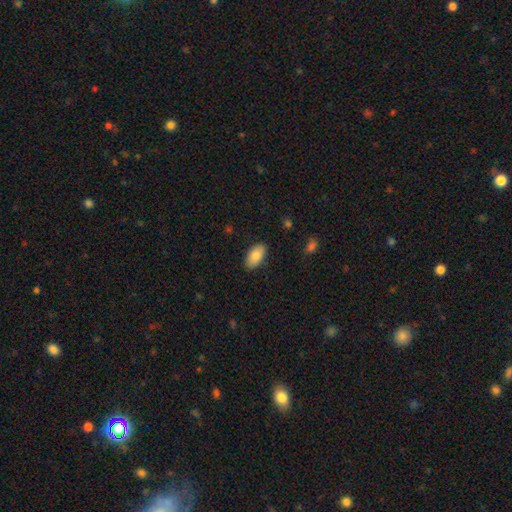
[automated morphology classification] Q: Smooth or featured?
A: smooth (84%); runner-up: featured or disk (9%)
Q: How rounded?
A: in between (94%); runner-up: cigar-shaped (3%)
Q: Merging?
A: none (87%); runner-up: minor disturbance (10%)